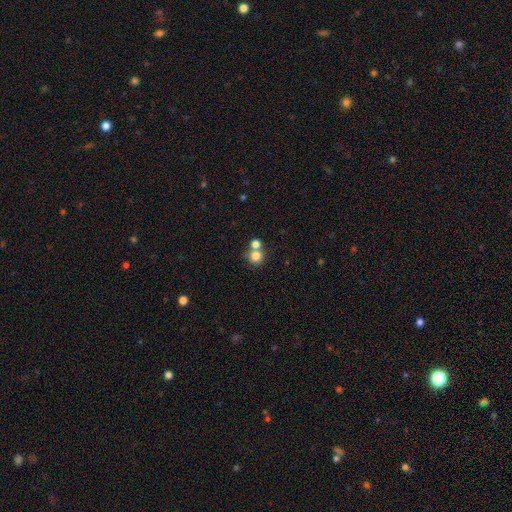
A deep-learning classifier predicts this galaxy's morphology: A smooth galaxy with no disk features (79%) that is round (89%).

Vote fractions:
- Smooth or featured? smooth: 79% / star or artifact: 12% / featured or disk: 10%
- How rounded? round: 89% / in between: 10% / cigar-shaped: 1%
- Merging? none: 51% / merger: 38% / minor disturbance: 7% / major disturbance: 3%